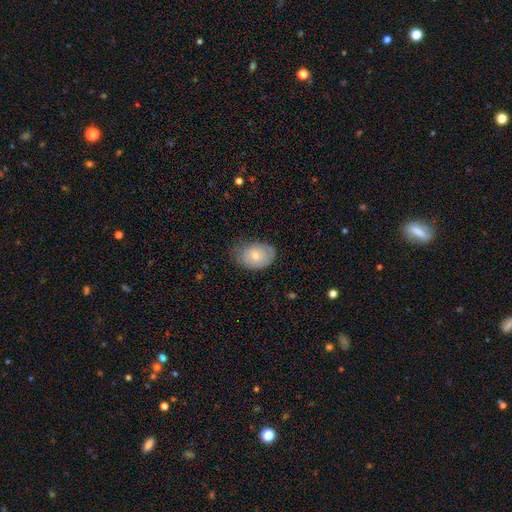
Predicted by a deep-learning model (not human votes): Smooth or featured: smooth — 70% (featured or disk — 23%)
How rounded: in between — 80% (round — 19%)
Merging: none — 62% (minor disturbance — 30%)